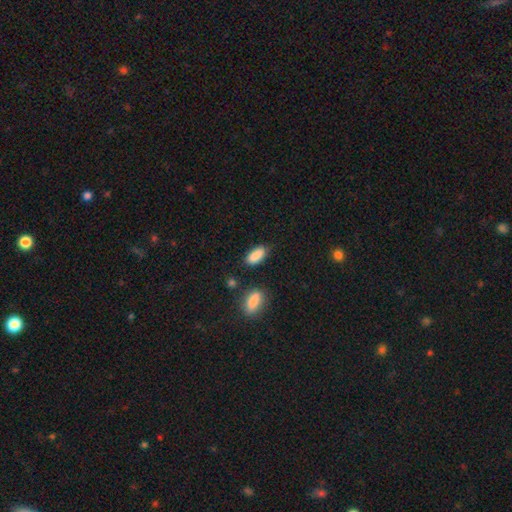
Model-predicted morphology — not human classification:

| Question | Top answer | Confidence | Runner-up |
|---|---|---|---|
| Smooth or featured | smooth | 89% | star or artifact (7%) |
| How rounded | in between | 85% | cigar-shaped (13%) |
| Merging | none | 77% | minor disturbance (16%) |